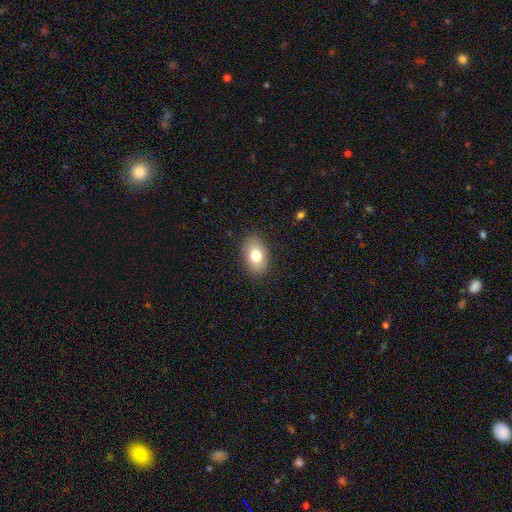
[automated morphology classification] Overall: smooth (76%). How rounded: in between (84%). Merging: none (86%).